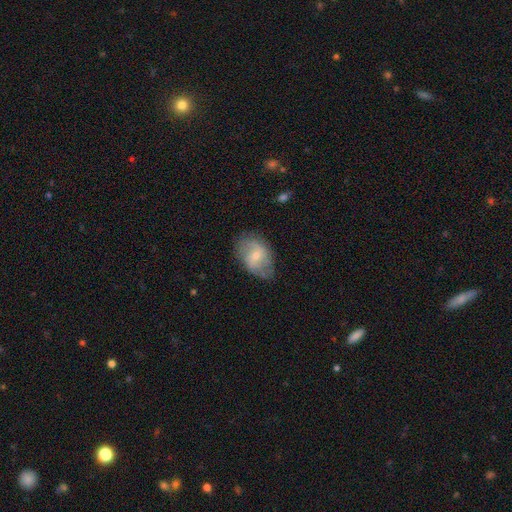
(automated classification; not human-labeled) Smooth or featured?
  - featured or disk: 56% *
  - smooth: 38%
  - star or artifact: 7%
Edge-on disk?
  - no: 96% *
  - yes: 4%
Bar?
  - weak: 49% *
  - no: 39%
  - strong: 11%
Spiral arms?
  - yes: 80% *
  - no: 20%
Bulge size?
  - small: 54% *
  - moderate: 41%
  - none: 2%
  - large: 2%
  - dominant: 1%
Merging?
  - none: 71% *
  - minor disturbance: 21%
  - major disturbance: 7%
  - merger: 1%